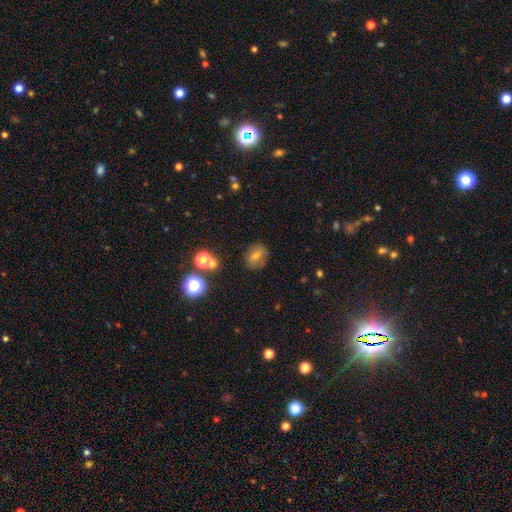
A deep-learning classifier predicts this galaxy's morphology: smooth 55%, featured or disk 24%, star or artifact 20%. Down the decision tree: how rounded — round (49%, tied with in between); merging — none (77%).